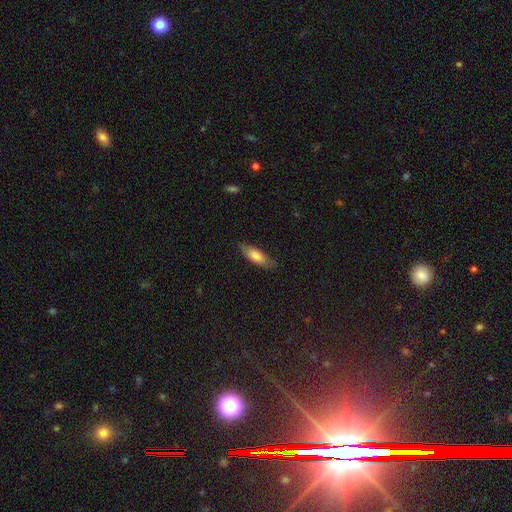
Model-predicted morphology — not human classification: Smooth or featured?
  - smooth: 78% *
  - featured or disk: 16%
  - star or artifact: 6%
How rounded?
  - in between: 57% *
  - cigar-shaped: 41%
  - round: 2%
Merging?
  - none: 79% *
  - minor disturbance: 17%
  - major disturbance: 3%
  - merger: 1%